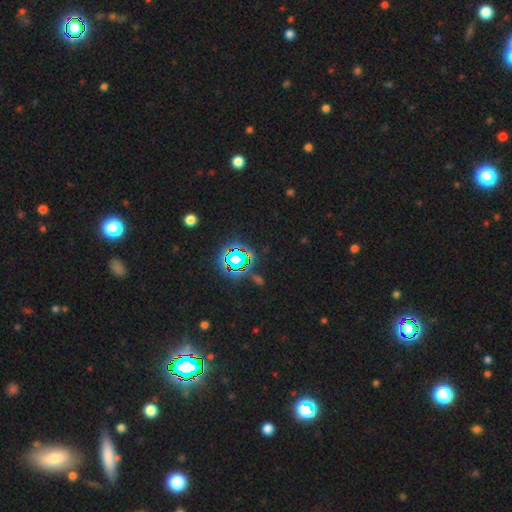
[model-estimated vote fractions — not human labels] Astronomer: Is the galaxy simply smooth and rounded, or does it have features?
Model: star or artifact — 81%.